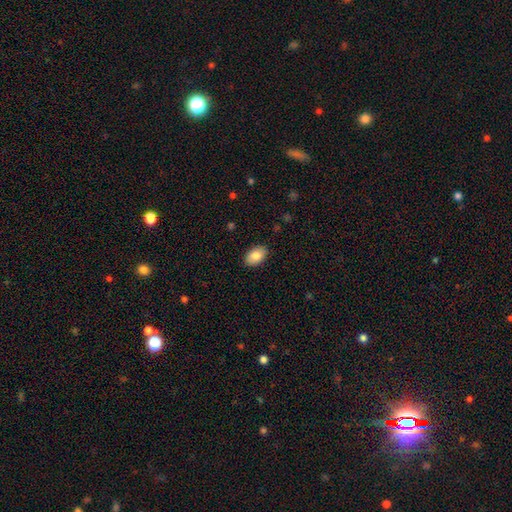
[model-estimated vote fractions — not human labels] Overall: smooth (85%). How rounded: in between (91%). Merging: none (88%).